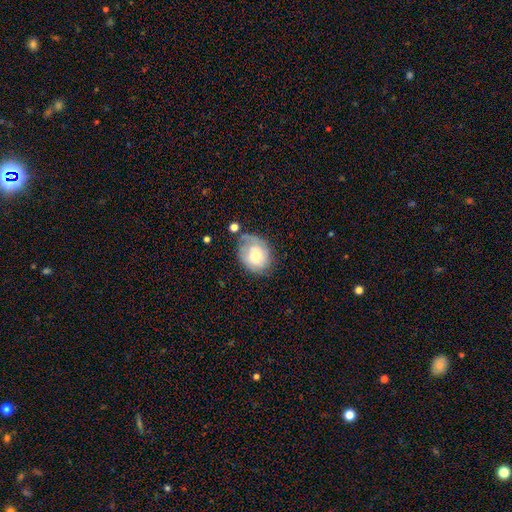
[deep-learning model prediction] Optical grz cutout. It shows a smooth galaxy with no disk features (54%) that is in between round and cigar-shaped (52%). Merging: none (50%).